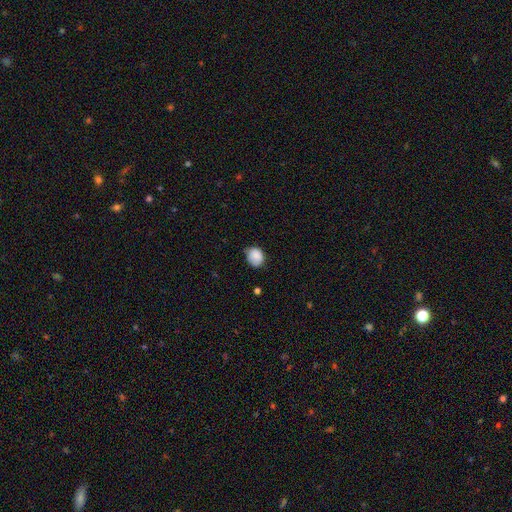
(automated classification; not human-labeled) Smooth or featured? Predicted: smooth (p=0.87). How rounded? Predicted: round (p=0.66). Merging? Predicted: none (p=0.63).